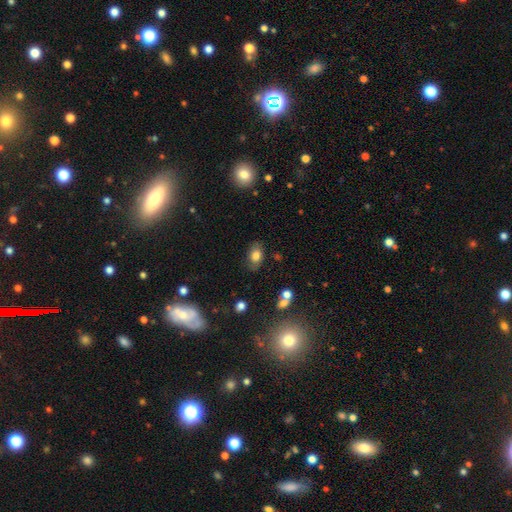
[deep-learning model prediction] Smooth or featured? Predicted: smooth (p=0.74). How rounded? Predicted: in between (p=0.85). Merging? Predicted: none (p=0.75).